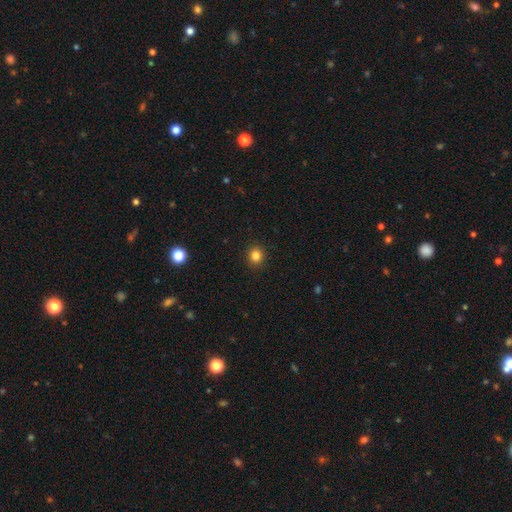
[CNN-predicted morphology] A smooth galaxy with no disk features (83%) that is round (86%). Merging: none (92%).